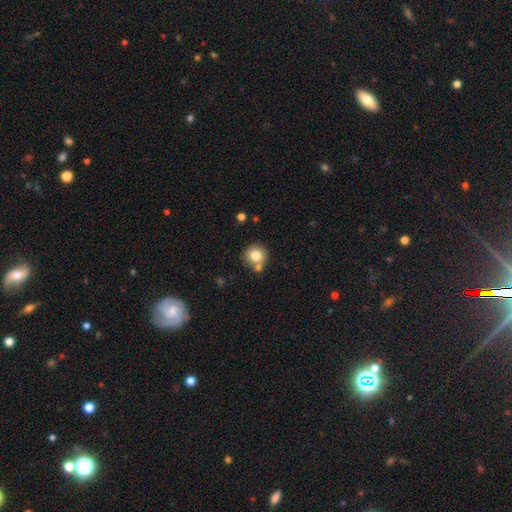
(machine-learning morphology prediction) The model was most divided on "merging": none: 68%, merger: 19%, minor disturbance: 10%, major disturbance: 3%. More confident: how rounded — round (92%); smooth or featured — smooth (80%).